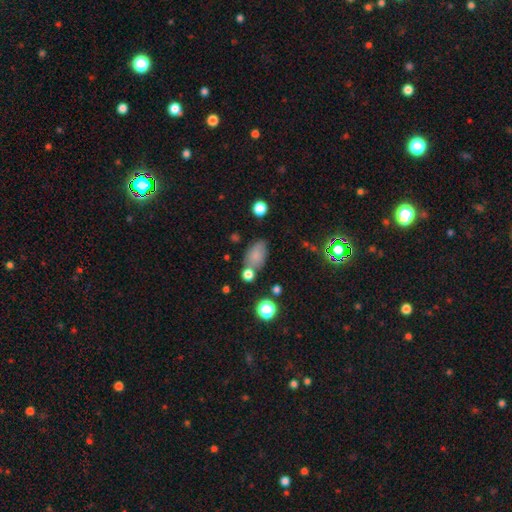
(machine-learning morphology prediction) Q: Smooth or featured?
A: smooth (77%); runner-up: star or artifact (13%)
Q: How rounded?
A: in between (87%); runner-up: round (11%)
Q: Merging?
A: none (59%); runner-up: minor disturbance (20%)